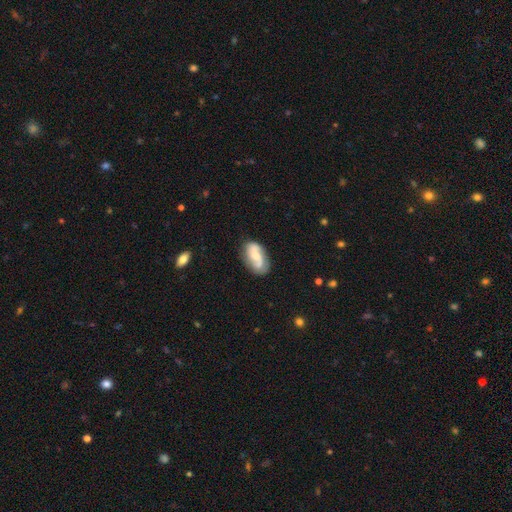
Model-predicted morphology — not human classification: Smooth or featured?
  - featured or disk: 54% *
  - smooth: 39%
  - star or artifact: 7%
Edge-on disk?
  - no: 96% *
  - yes: 4%
Bar?
  - no: 54% *
  - weak: 35%
  - strong: 11%
Spiral arms?
  - yes: 83% *
  - no: 17%
Bulge size?
  - moderate: 36% *
  - small: 34%
  - none: 18%
  - large: 10%
  - dominant: 2%
Merging?
  - none: 64% *
  - minor disturbance: 23%
  - major disturbance: 8%
  - merger: 5%